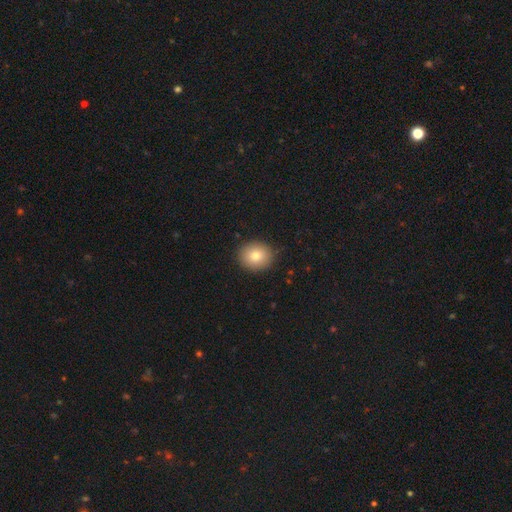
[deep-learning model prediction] smooth 80%, featured or disk 10%, star or artifact 10%. Down the decision tree: how rounded — round (76%); merging — none (89%).